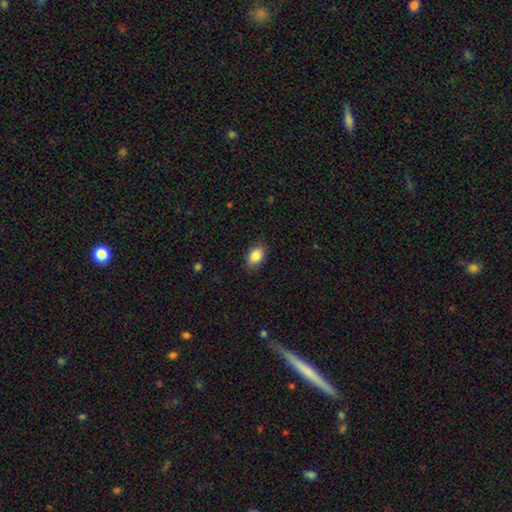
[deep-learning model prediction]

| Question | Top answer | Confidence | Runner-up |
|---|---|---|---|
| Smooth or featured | smooth | 86% | star or artifact (8%) |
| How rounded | in between | 83% | round (16%) |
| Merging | none | 85% | minor disturbance (11%) |